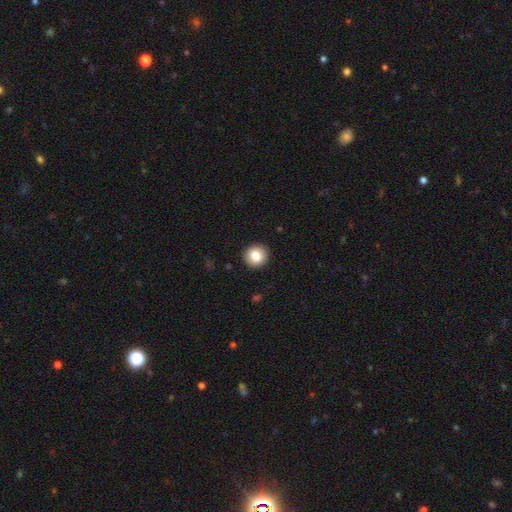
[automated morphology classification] Smooth or featured? Predicted: smooth (p=0.83). How rounded? Predicted: round (p=0.93). Merging? Predicted: none (p=0.93).